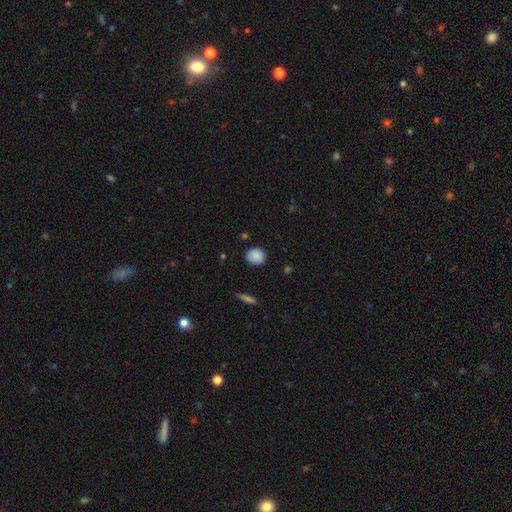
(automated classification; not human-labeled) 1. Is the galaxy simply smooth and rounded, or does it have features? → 87% smooth, 8% star or artifact, 5% featured or disk.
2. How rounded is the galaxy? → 82% round, 17% in between, 1% cigar-shaped.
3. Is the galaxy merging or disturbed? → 86% none, 11% minor disturbance, 2% major disturbance, 1% merger.